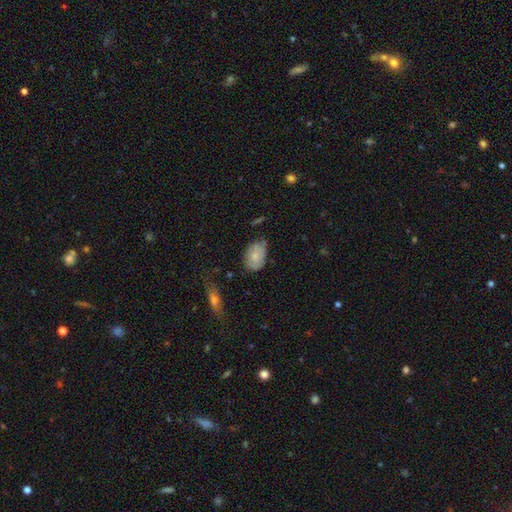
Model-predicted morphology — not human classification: Smooth or featured? Predicted: smooth (p=0.77). How rounded? Predicted: in between (p=0.85). Merging? Predicted: none (p=0.55).